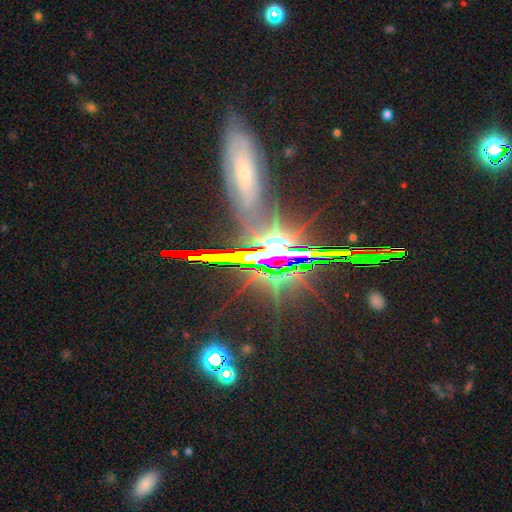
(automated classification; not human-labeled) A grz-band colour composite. It shows a star or artifact, not a galaxy (73%).